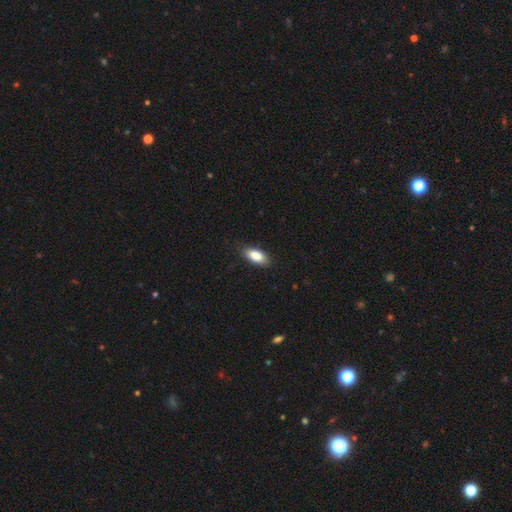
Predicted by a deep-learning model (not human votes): Smooth or featured?
  - smooth: 85% *
  - featured or disk: 8%
  - star or artifact: 7%
How rounded?
  - in between: 88% *
  - cigar-shaped: 9%
  - round: 3%
Merging?
  - none: 84% *
  - minor disturbance: 12%
  - major disturbance: 2%
  - merger: 1%